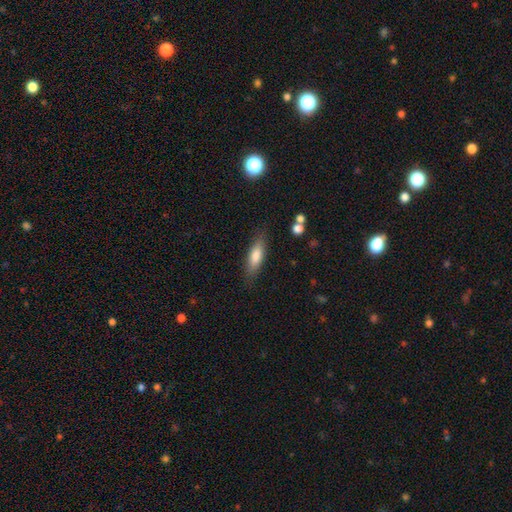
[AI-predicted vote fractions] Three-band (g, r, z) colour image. It shows a smooth galaxy with no disk features (76%) that is cigar-shaped (54%). Merging: none (82%).